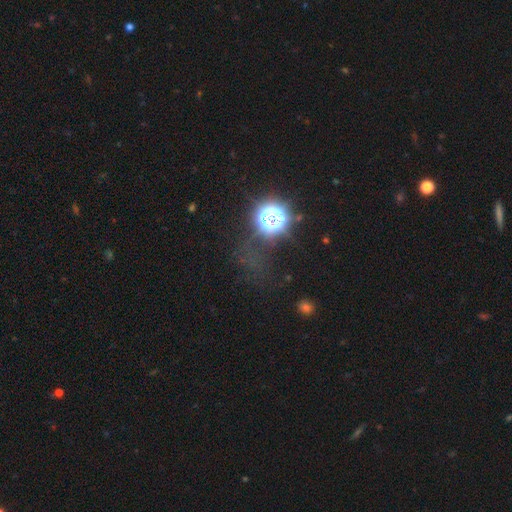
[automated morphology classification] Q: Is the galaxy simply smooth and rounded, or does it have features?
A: star or artifact — 71%.